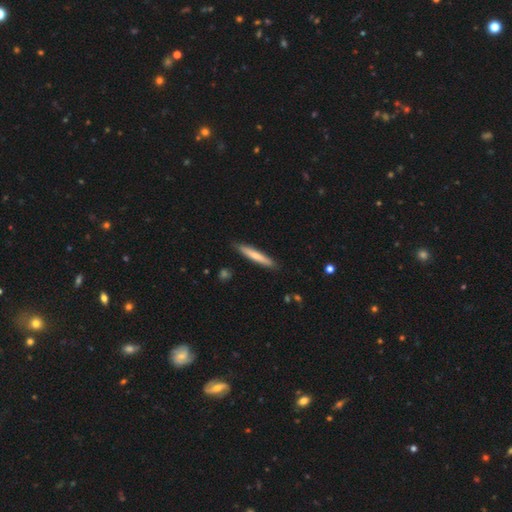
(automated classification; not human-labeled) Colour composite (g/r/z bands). It shows a smooth galaxy with no disk features (67%) that is cigar-shaped (94%). Merging: none (89%).